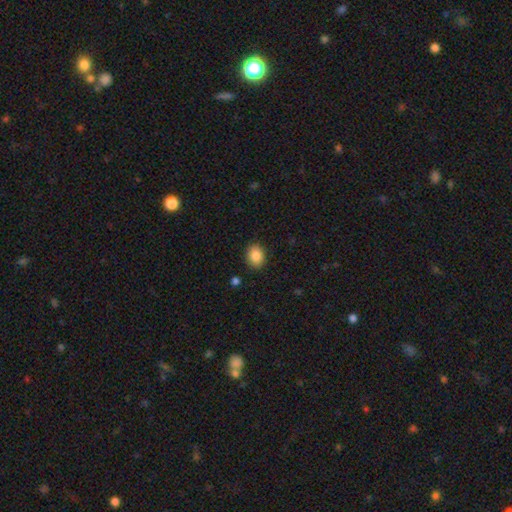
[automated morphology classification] smooth-or-featured: smooth: 87% | star or artifact: 8% | featured or disk: 5%
  how-rounded: in between: 60% | round: 39% | cigar-shaped: 1%
  merging: none: 89% | minor disturbance: 8% | major disturbance: 2% | merger: 1%